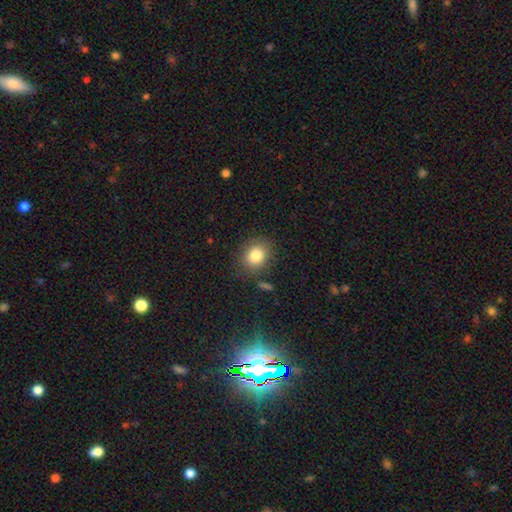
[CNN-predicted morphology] smooth_or_featured: smooth (p=0.83) [alt: star or artifact p=0.10]
how_rounded: round (p=0.60) [alt: in between p=0.39]
merging: none (p=0.81) [alt: minor disturbance p=0.12]